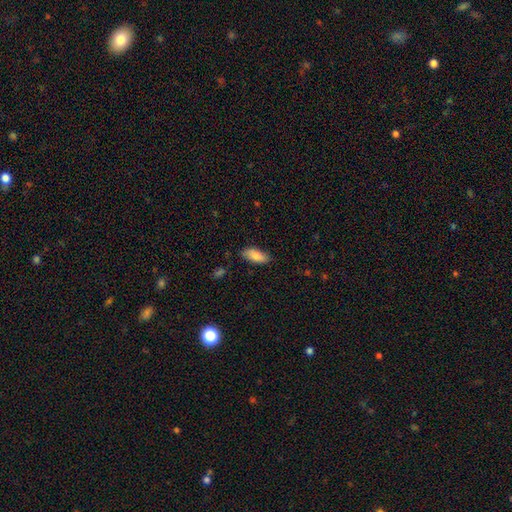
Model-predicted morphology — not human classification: A smooth galaxy with no disk features (84%) that is in between round and cigar-shaped (85%). Merging: none (83%).